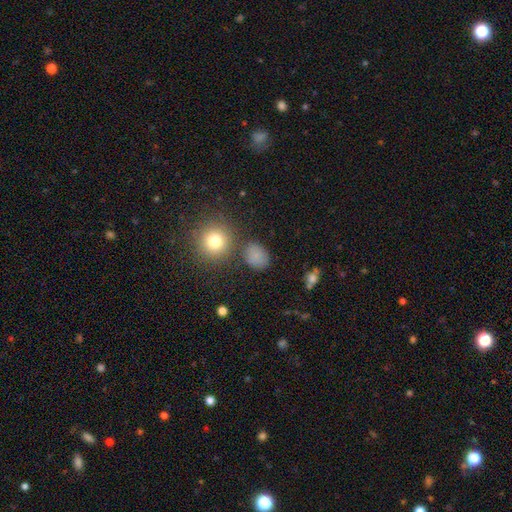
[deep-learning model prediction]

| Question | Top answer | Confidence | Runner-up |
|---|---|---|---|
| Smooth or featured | smooth | 76% | star or artifact (14%) |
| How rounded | in between | 52% | round (47%) |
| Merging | none | 71% | minor disturbance (17%) |